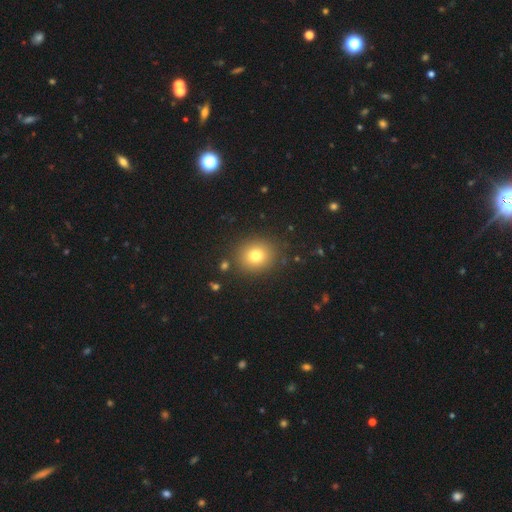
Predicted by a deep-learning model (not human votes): Smooth or featured? smooth (77%)
How rounded? round (78%)
Merging? none (88%)